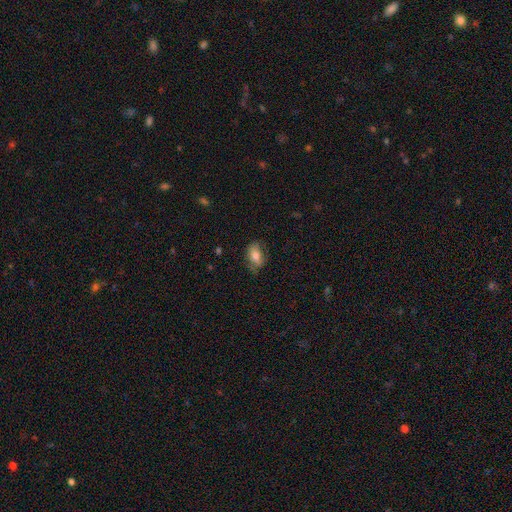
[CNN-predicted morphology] Q: Smooth or featured?
A: smooth (67%); runner-up: featured or disk (25%)
Q: How rounded?
A: in between (84%); runner-up: round (13%)
Q: Merging?
A: none (65%); runner-up: minor disturbance (24%)